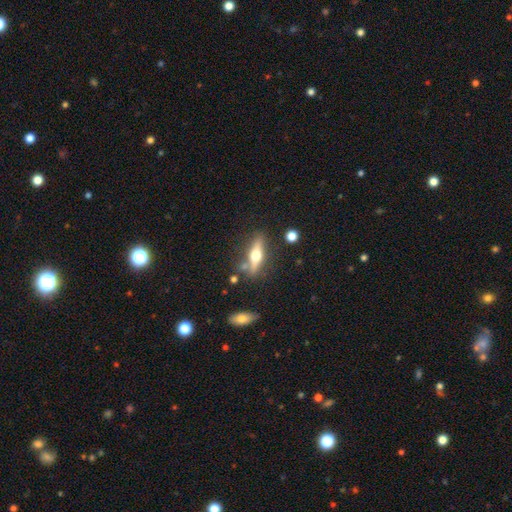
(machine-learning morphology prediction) Smooth or featured?
  - featured or disk: 57% *
  - smooth: 37%
  - star or artifact: 6%
Edge-on disk?
  - yes: 91% *
  - no: 9%
Edge-on bulge?
  - rounded: 95% *
  - boxy: 3%
  - none: 2%
Merging?
  - none: 76% *
  - minor disturbance: 13%
  - merger: 8%
  - major disturbance: 4%